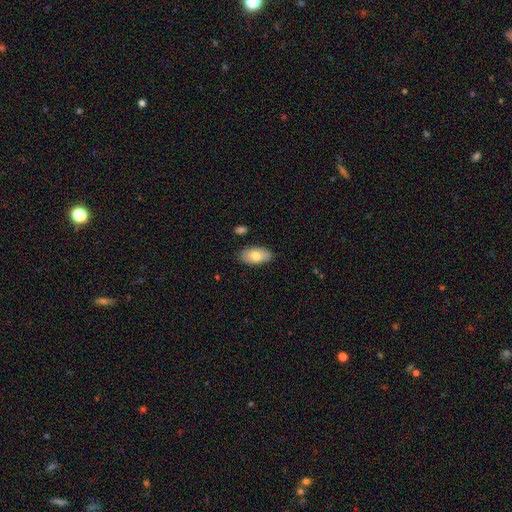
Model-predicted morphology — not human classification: The model was most divided on "smooth or featured": smooth: 78%, featured or disk: 15%, star or artifact: 6%. More confident: how rounded — in between (94%); merging — none (85%).